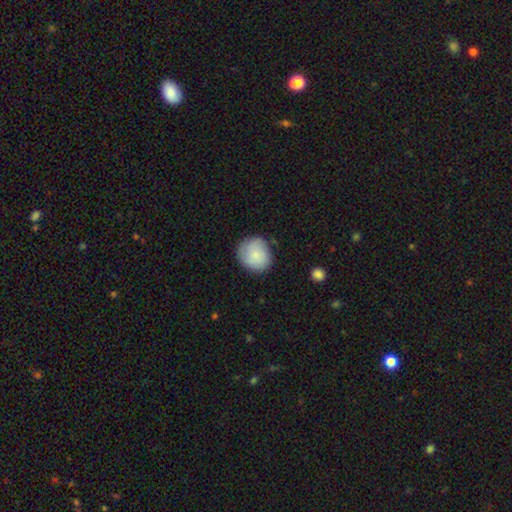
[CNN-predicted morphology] A smooth galaxy with no disk features (78%) that is round (83%).

Vote fractions:
- Smooth or featured? smooth: 78% / featured or disk: 16% / star or artifact: 6%
- How rounded? round: 83% / in between: 16% / cigar-shaped: 1%
- Merging? none: 75% / minor disturbance: 18% / major disturbance: 5% / merger: 2%